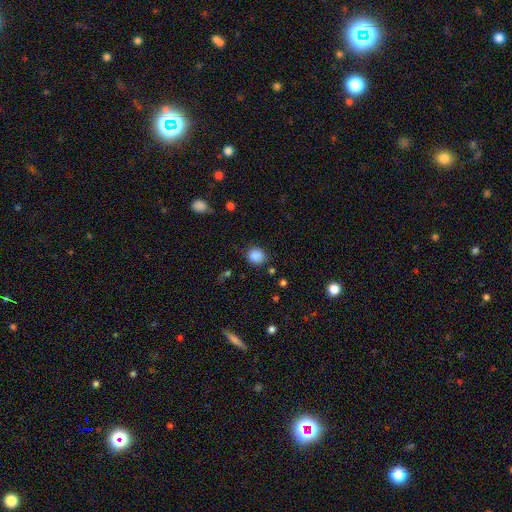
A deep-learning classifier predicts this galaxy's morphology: This appears to be a smooth galaxy with no disk features (86%) that is round (78%). Merging: none (79%).